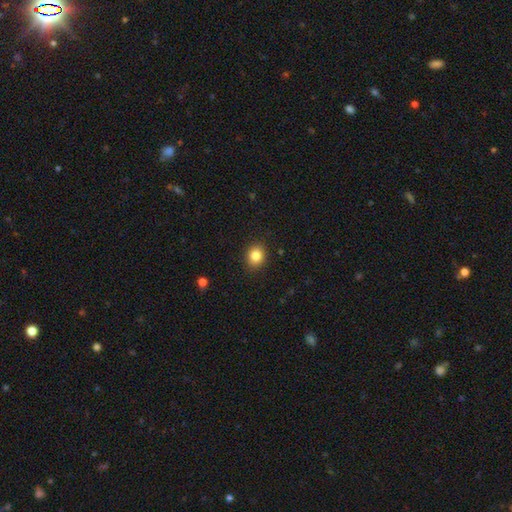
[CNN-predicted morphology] Smooth or featured? Predicted: smooth (p=0.84). How rounded? Predicted: round (p=0.72). Merging? Predicted: none (p=0.90).